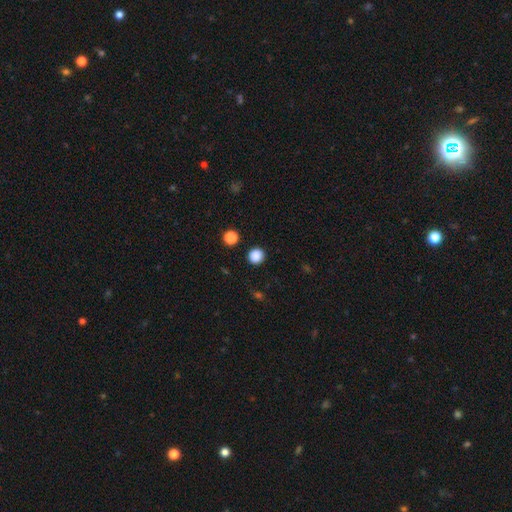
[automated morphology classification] Smooth or featured?
  - smooth: 87% *
  - star or artifact: 11%
  - featured or disk: 3%
How rounded?
  - round: 93% *
  - in between: 6%
  - cigar-shaped: 1%
Merging?
  - none: 92% *
  - minor disturbance: 5%
  - major disturbance: 2%
  - merger: 2%